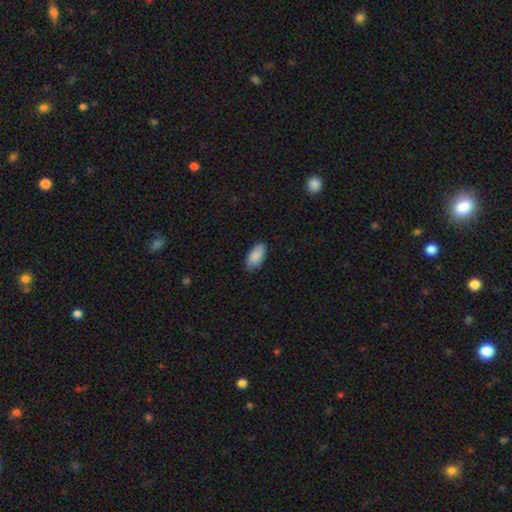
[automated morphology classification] smooth-or-featured: smooth: 88% | star or artifact: 6% | featured or disk: 6%
  how-rounded: in between: 93% | cigar-shaped: 5% | round: 2%
  merging: none: 81% | minor disturbance: 15% | major disturbance: 2% | merger: 1%